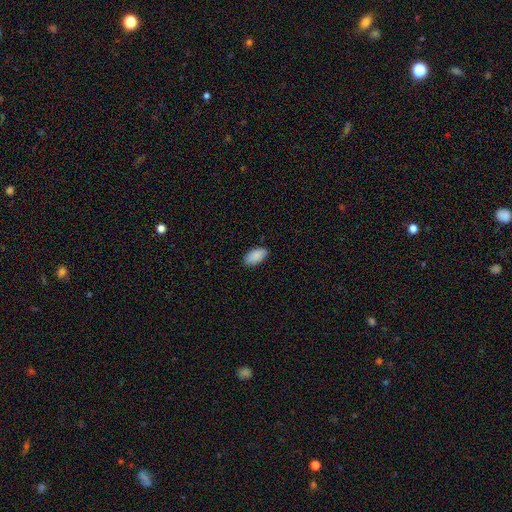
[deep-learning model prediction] A smooth galaxy with no disk features (90%) that is in between round and cigar-shaped (94%).

Vote fractions:
- Smooth or featured? smooth: 90% / star or artifact: 6% / featured or disk: 4%
- How rounded? in between: 94% / cigar-shaped: 3% / round: 2%
- Merging? none: 87% / minor disturbance: 10% / major disturbance: 2% / merger: 1%